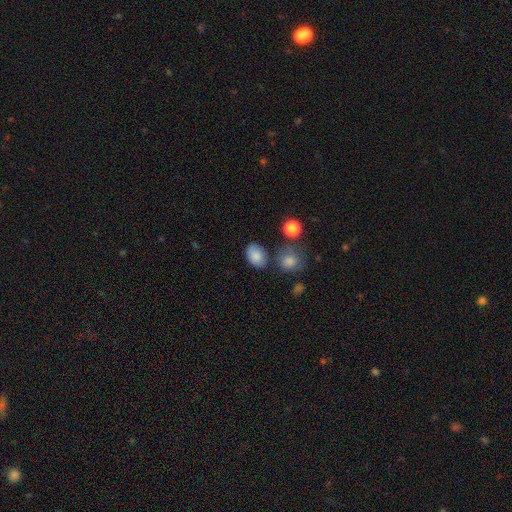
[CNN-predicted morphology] A smooth galaxy with no disk features (84%) that is in between round and cigar-shaped (80%).

Vote fractions:
- Smooth or featured? smooth: 84% / star or artifact: 9% / featured or disk: 7%
- How rounded? in between: 80% / round: 18% / cigar-shaped: 1%
- Merging? none: 68% / minor disturbance: 18% / merger: 8% / major disturbance: 5%